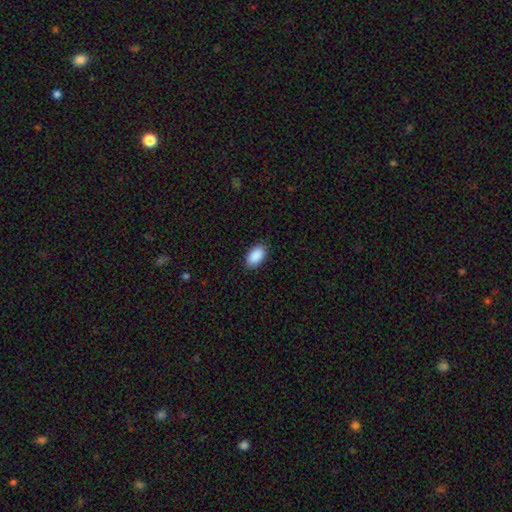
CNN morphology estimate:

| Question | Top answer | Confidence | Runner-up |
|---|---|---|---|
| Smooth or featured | smooth | 91% | star or artifact (6%) |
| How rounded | in between | 94% | round (4%) |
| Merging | none | 88% | minor disturbance (10%) |